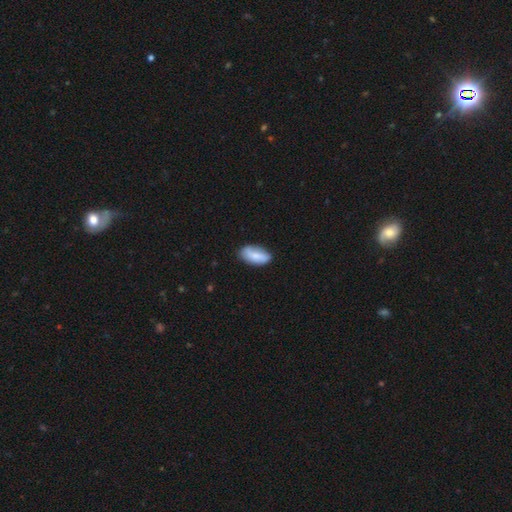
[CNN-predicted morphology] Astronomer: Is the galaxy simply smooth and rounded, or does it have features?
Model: smooth — 75%.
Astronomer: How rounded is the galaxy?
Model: in between — 92%.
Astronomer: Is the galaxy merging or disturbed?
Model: none — 74%.